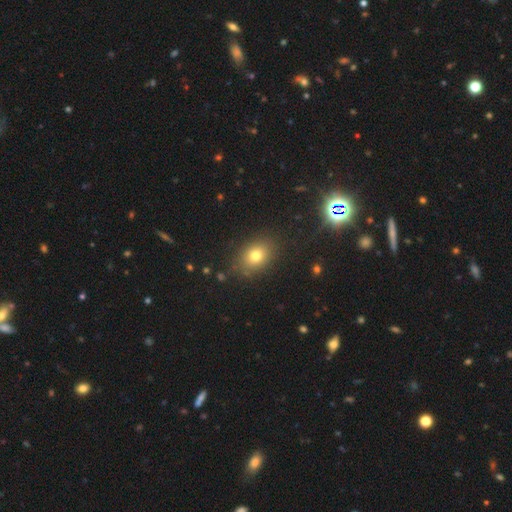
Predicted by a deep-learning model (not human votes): Smooth or featured?
  - smooth: 76% *
  - star or artifact: 13%
  - featured or disk: 11%
How rounded?
  - in between: 65% *
  - round: 34%
  - cigar-shaped: 1%
Merging?
  - none: 84% *
  - minor disturbance: 11%
  - major disturbance: 4%
  - merger: 2%